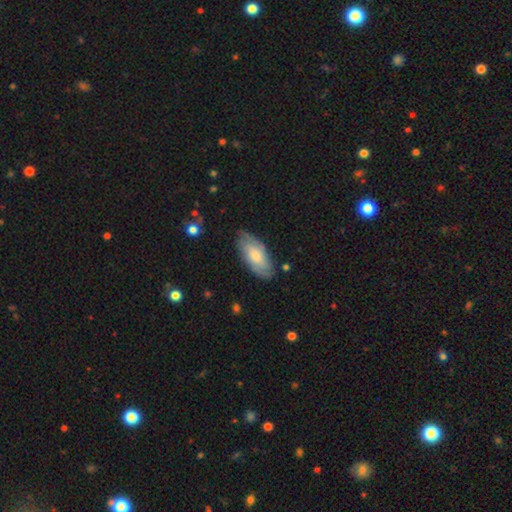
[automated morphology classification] This is likely a smooth galaxy (62%). How rounded: clearly in between (88%). Merging: likely none (76%).